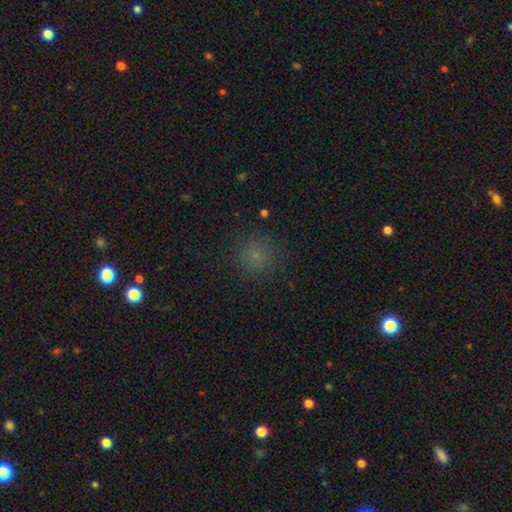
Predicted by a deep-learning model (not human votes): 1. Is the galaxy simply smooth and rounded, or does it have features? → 72% smooth, 22% star or artifact, 6% featured or disk.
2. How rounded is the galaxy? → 94% round, 5% in between, 1% cigar-shaped.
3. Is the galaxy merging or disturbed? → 87% none, 8% minor disturbance, 3% major disturbance, 1% merger.